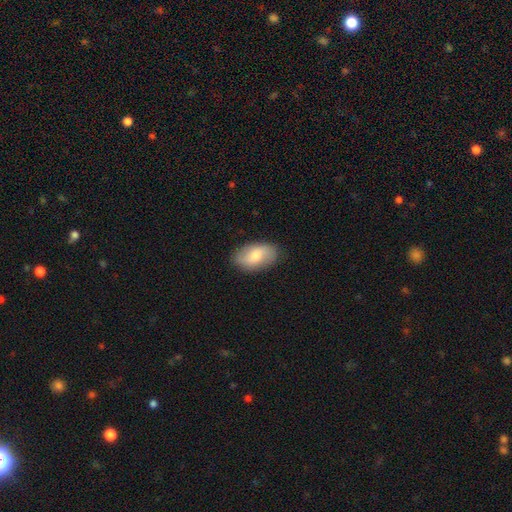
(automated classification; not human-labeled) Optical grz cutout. It shows a smooth galaxy with no disk features (64%) that is in between round and cigar-shaped (93%). Merging: none (84%).